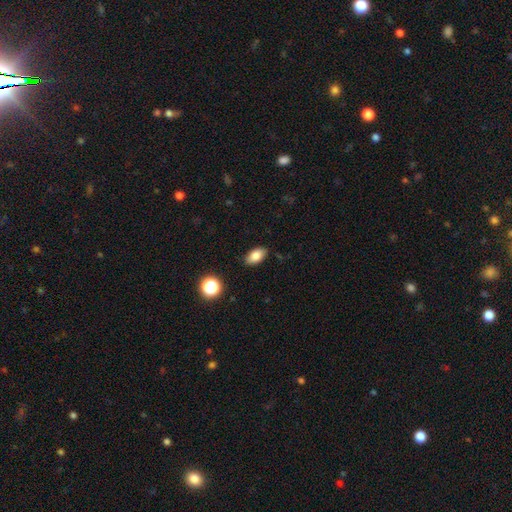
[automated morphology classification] smooth-or-featured: smooth: 83% | star or artifact: 9% | featured or disk: 8%
  how-rounded: in between: 91% | round: 7% | cigar-shaped: 3%
  merging: none: 87% | minor disturbance: 10% | major disturbance: 2% | merger: 1%